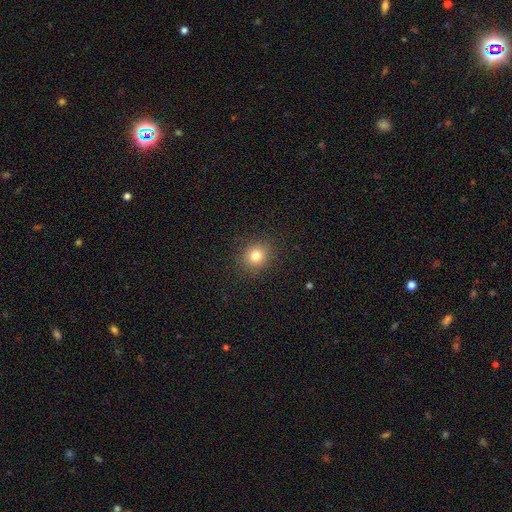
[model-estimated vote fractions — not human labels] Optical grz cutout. It shows a smooth galaxy with no disk features (80%) that is round (76%). Merging: none (89%).